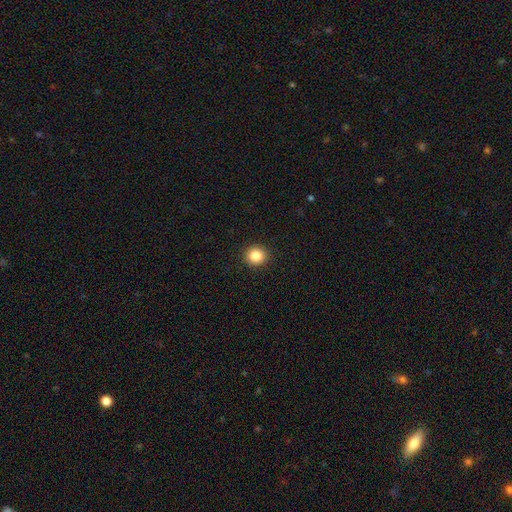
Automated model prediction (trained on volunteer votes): Morphology: type=smooth (85%); roundness=round (89%); merging=none (92%).